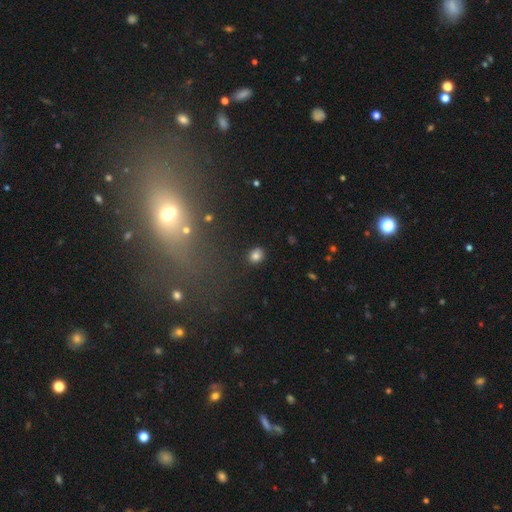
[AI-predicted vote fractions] A smooth galaxy with no disk features (81%) that is round (64%). Merging: none (87%).